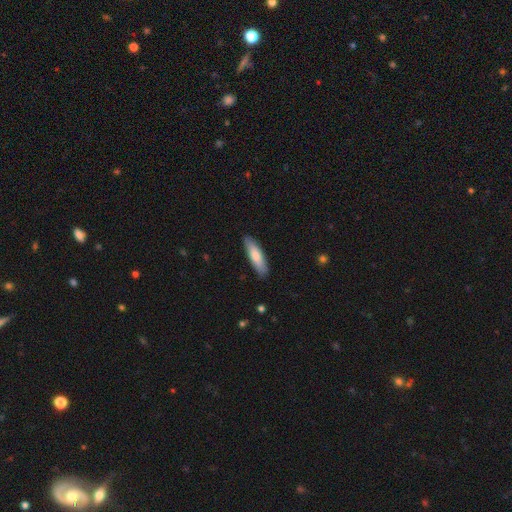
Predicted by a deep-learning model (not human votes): Morphology: type=smooth (78%); roundness=cigar-shaped (66%); merging=none (89%).